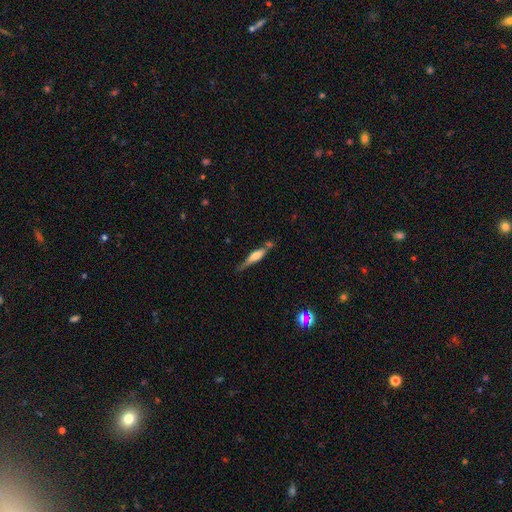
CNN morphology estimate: Overall: featured or disk (52%; smooth 42%). Edge-on disk: yes (91%). Merging: none (57%; minor disturbance 23%).